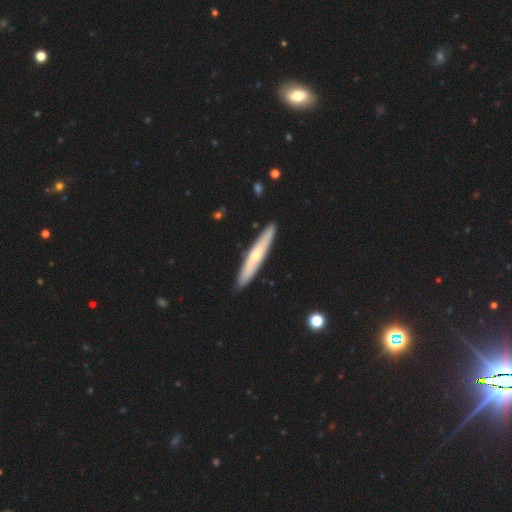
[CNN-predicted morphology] This appears to be a featured or disk galaxy (49%). Merging: none (90%).